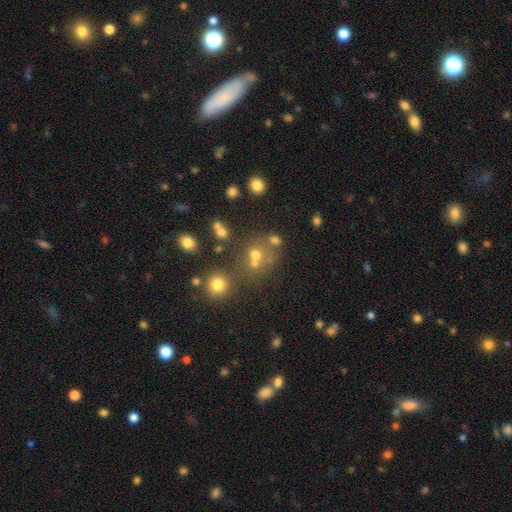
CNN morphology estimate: Smooth or featured?
  - smooth: 57% *
  - star or artifact: 26%
  - featured or disk: 17%
How rounded?
  - round: 78% *
  - in between: 21%
  - cigar-shaped: 1%
Merging?
  - none: 48% *
  - merger: 37%
  - minor disturbance: 9%
  - major disturbance: 6%